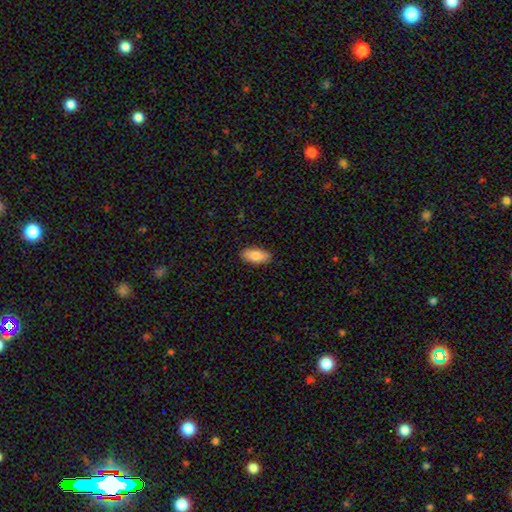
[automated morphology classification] Smooth or featured? Predicted: smooth (p=0.83). How rounded? Predicted: in between (p=0.87). Merging? Predicted: none (p=0.88).